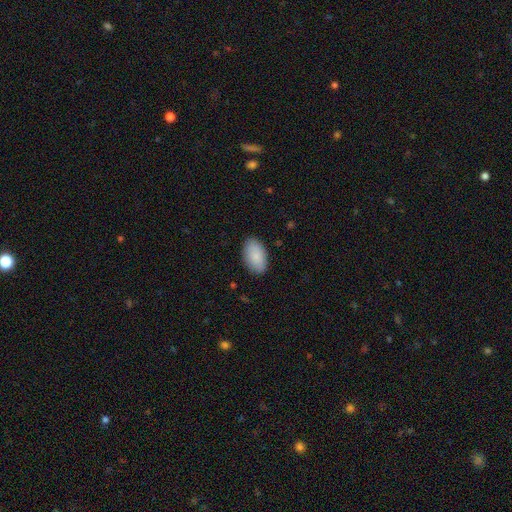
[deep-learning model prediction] The model was most divided on "merging": none: 86%, minor disturbance: 10%, major disturbance: 2%, merger: 1%. More confident: how rounded — in between (94%); smooth or featured — smooth (87%).